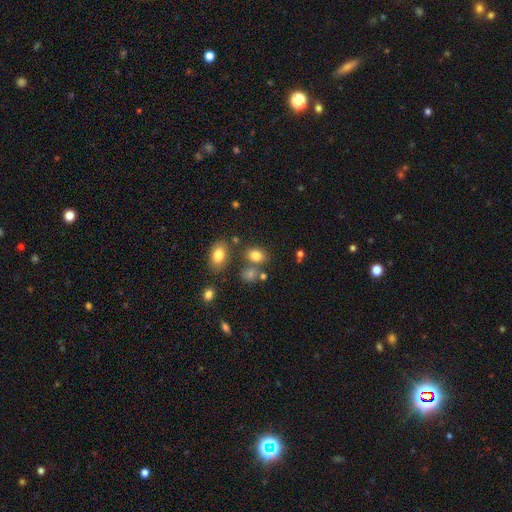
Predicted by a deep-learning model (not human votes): A smooth galaxy with no disk features (80%) that is in between round and cigar-shaped (68%).

Vote fractions:
- Smooth or featured? smooth: 80% / star or artifact: 12% / featured or disk: 8%
- How rounded? in between: 68% / round: 30% / cigar-shaped: 1%
- Merging? none: 69% / merger: 14% / minor disturbance: 12% / major disturbance: 5%